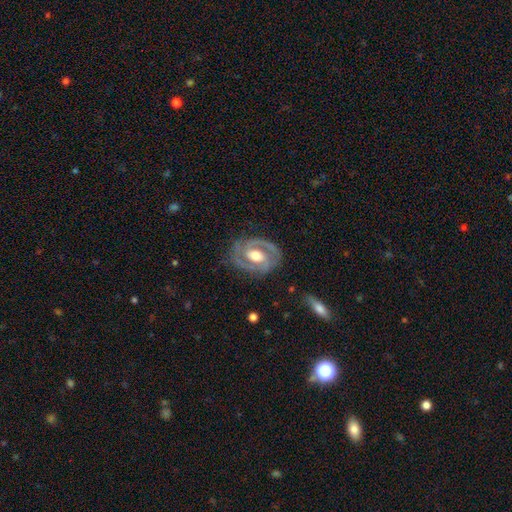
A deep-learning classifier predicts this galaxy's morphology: This appears to be a featured or disk galaxy (85%) with a weak bar (39%), 2 (85%) tight (50%) spiral arms (89%) and a moderate central bulge (65%). Merging: none (78%).